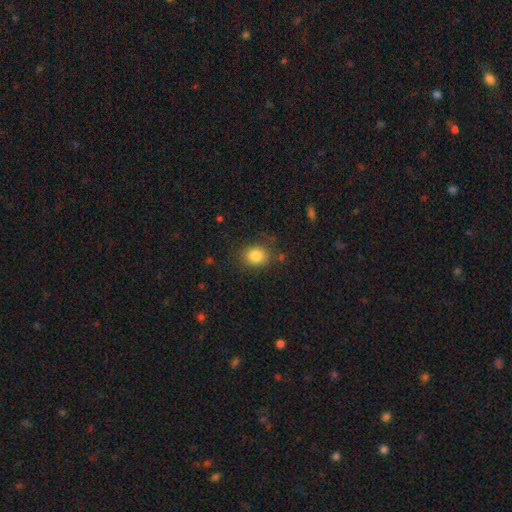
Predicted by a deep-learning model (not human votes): Overall: smooth (84%). How rounded: round (54%; in between 45%). Merging: none (80%).